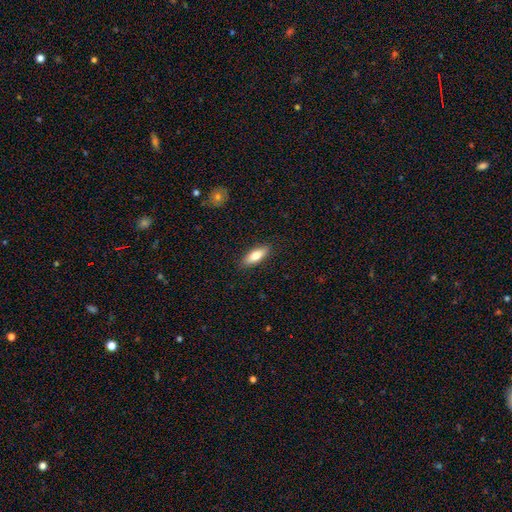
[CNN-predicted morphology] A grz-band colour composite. It shows a smooth galaxy with no disk features (76%) that is in between round and cigar-shaped (68%). Merging: none (88%).